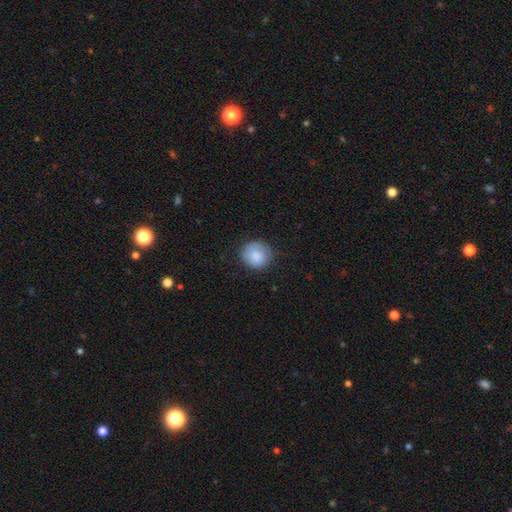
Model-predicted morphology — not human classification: type=smooth (84%); roundness=round (87%); merging=none (78%).